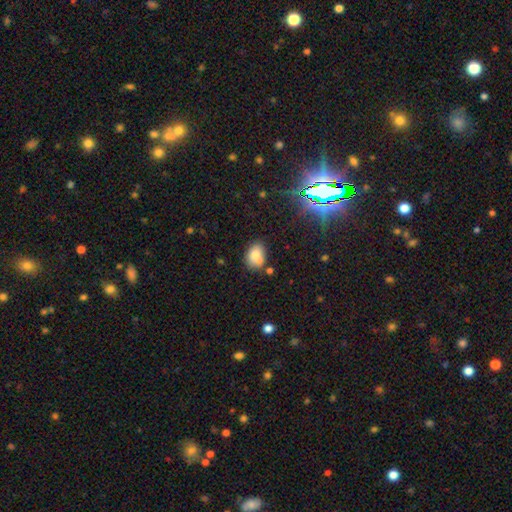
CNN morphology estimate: Smooth or featured? Predicted: smooth (p=0.76). How rounded? Predicted: in between (p=0.70). Merging? Predicted: none (p=0.53).